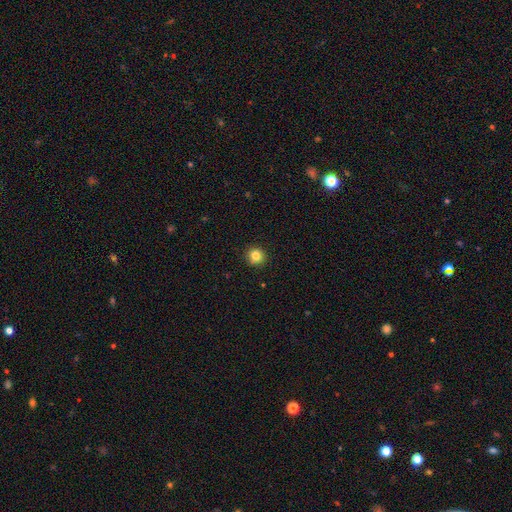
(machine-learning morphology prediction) Smooth or featured? Predicted: smooth (p=0.83). How rounded? Predicted: round (p=0.94). Merging? Predicted: none (p=0.92).